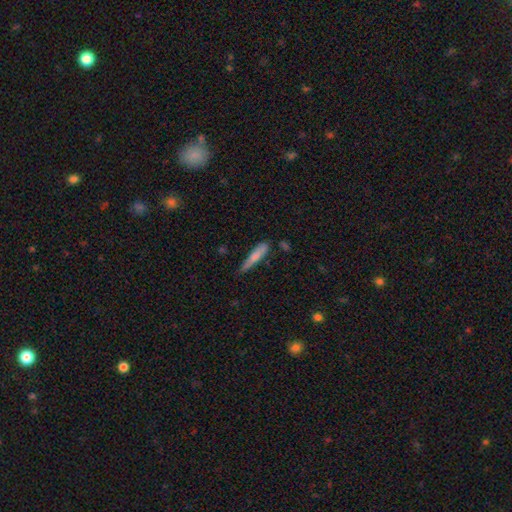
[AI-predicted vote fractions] Q: Smooth or featured?
A: smooth (75%); runner-up: featured or disk (19%)
Q: How rounded?
A: cigar-shaped (85%); runner-up: in between (13%)
Q: Merging?
A: none (52%); runner-up: minor disturbance (35%)